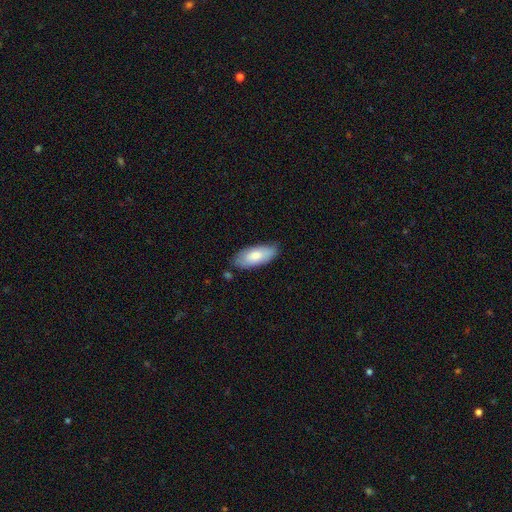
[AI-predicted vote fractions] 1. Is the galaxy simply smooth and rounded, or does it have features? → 77% smooth, 17% featured or disk, 6% star or artifact.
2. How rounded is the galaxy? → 86% in between, 12% cigar-shaped, 2% round.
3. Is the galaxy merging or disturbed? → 77% none, 18% minor disturbance, 3% major disturbance, 2% merger.